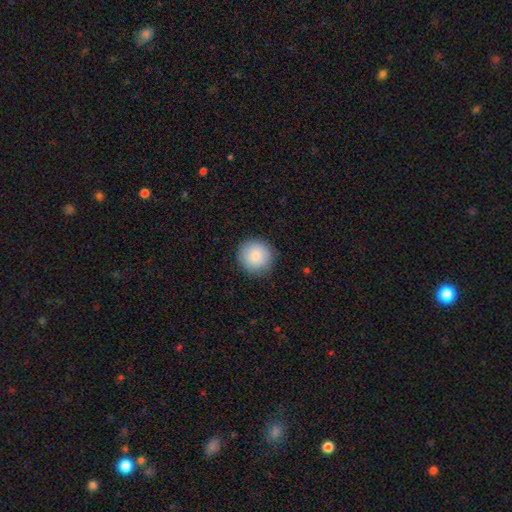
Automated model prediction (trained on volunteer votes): Smooth or featured? smooth (87%)
How rounded? round (94%)
Merging? none (90%)